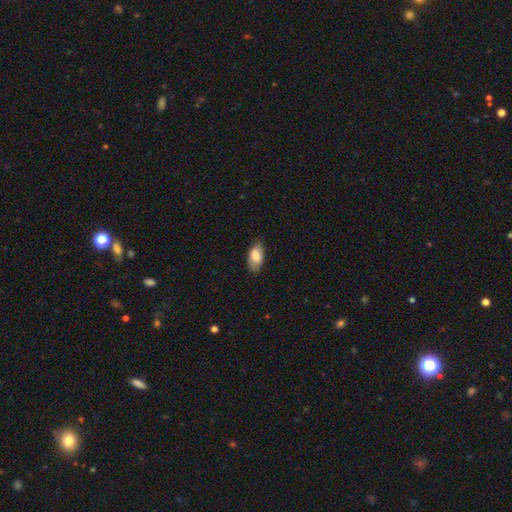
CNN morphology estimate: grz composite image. It shows a smooth galaxy with no disk features (79%) that is in between round and cigar-shaped (93%). Merging: none (74%).